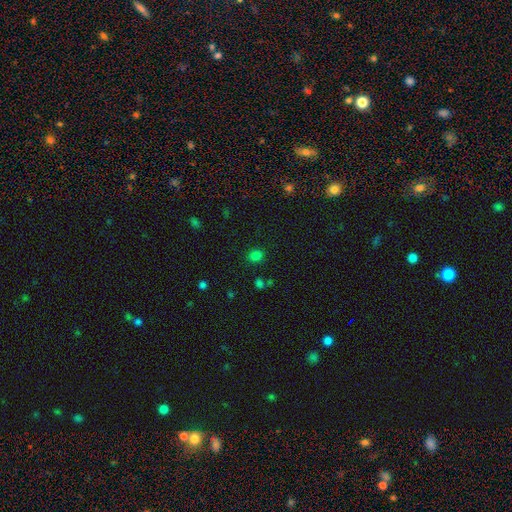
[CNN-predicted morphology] Smooth or featured: smooth — 78% (star or artifact — 18%)
How rounded: round — 70% (in between — 29%)
Merging: none — 86% (minor disturbance — 9%)